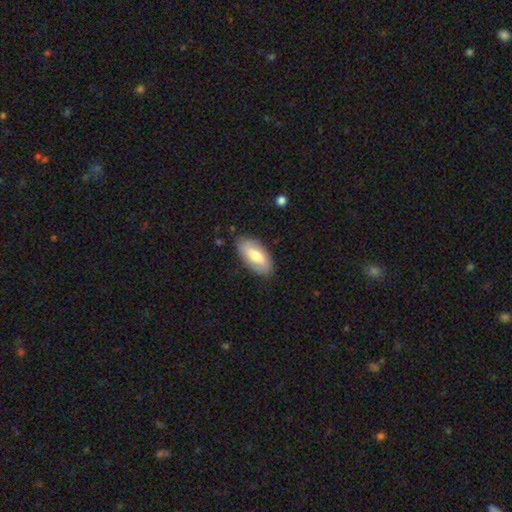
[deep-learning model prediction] Overall: smooth (67%; featured or disk 28%). How rounded: in between (92%). Merging: none (82%).